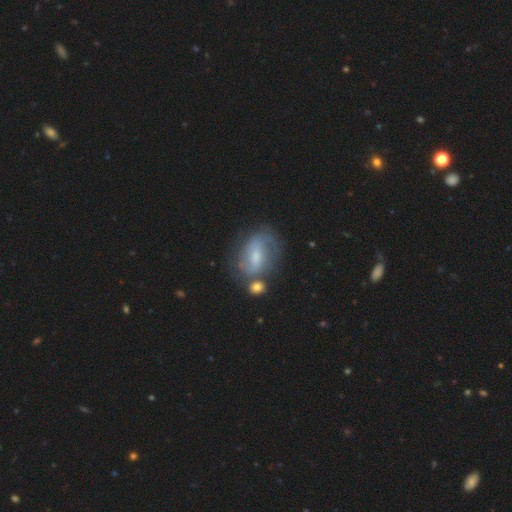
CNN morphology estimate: The model was most divided on "bulge size": small: 43%, moderate: 36%, none: 13%, large: 6%, dominant: 1%. More confident: edge-on disk — no (95%); spiral arms — yes (75%); smooth or featured — featured or disk (63%); merging — none (50%); bar — weak (50%).